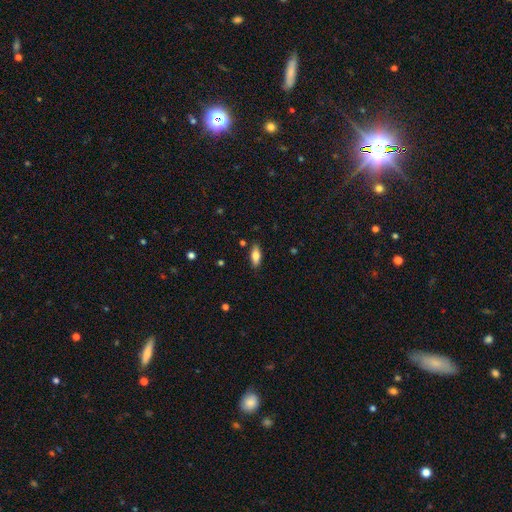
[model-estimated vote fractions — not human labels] smooth 73%, featured or disk 20%, star or artifact 7%. Down the decision tree: how rounded — in between (76%); merging — none (86%).